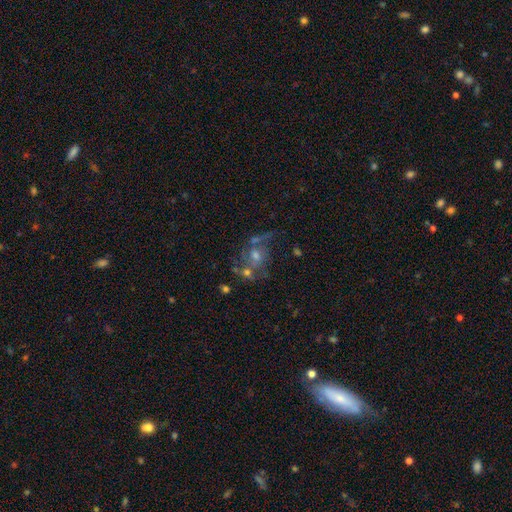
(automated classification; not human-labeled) Smooth or featured? Predicted: featured or disk (p=0.59). Edge-on disk? Predicted: no (p=0.96). Bar? Predicted: no (p=0.76). Spiral arms? Predicted: yes (p=0.61). Bulge size? Predicted: moderate (p=0.50). Merging? Predicted: none (p=0.42).